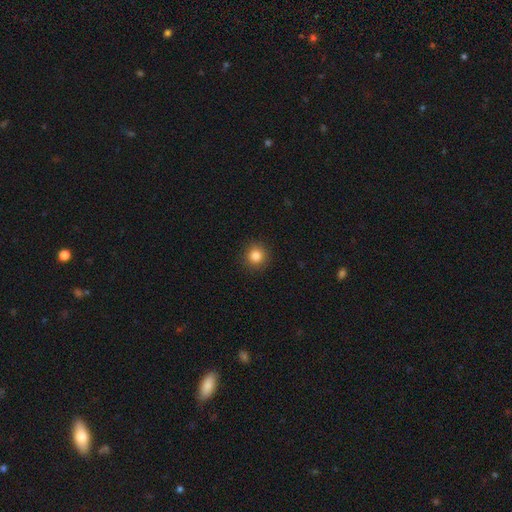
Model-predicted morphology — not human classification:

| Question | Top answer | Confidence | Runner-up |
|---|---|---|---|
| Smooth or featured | smooth | 85% | star or artifact (11%) |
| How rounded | round | 93% | in between (6%) |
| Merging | none | 91% | minor disturbance (6%) |